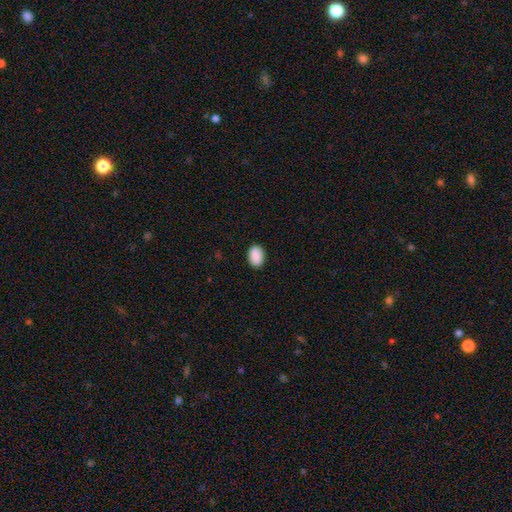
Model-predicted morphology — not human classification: Smooth or featured? smooth (91%)
How rounded? in between (85%)
Merging? none (89%)